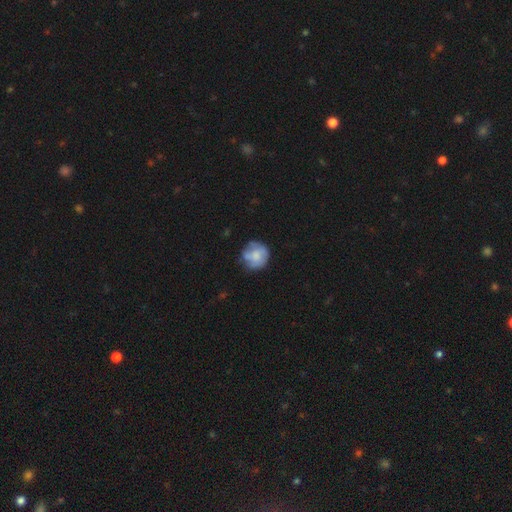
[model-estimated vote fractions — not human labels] This is possibly a smooth galaxy (53%). How rounded: clearly round (88%). Merging: likely none (66%).